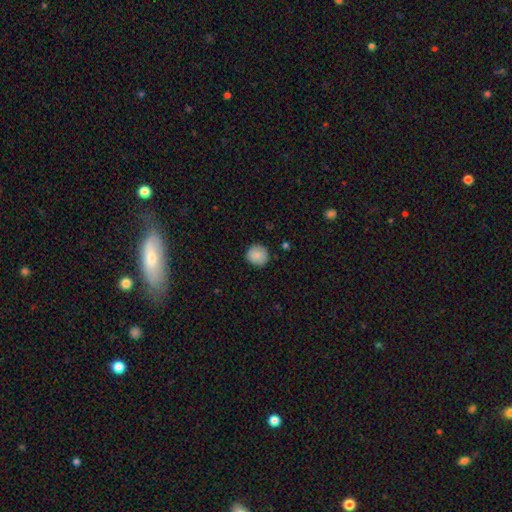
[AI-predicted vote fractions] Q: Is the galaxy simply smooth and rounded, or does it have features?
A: smooth — 87%.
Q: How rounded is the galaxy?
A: round — 93%.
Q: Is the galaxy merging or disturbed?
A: none — 88%.